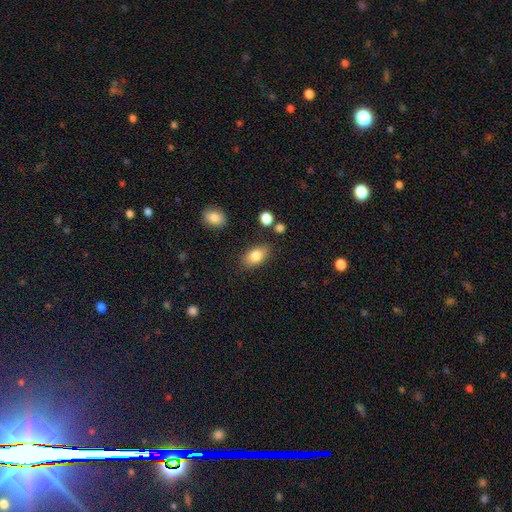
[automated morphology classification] smooth_or_featured: smooth (p=0.83) [alt: featured or disk p=0.09]
how_rounded: in between (p=0.89) [alt: round p=0.08]
merging: none (p=0.81) [alt: minor disturbance p=0.12]